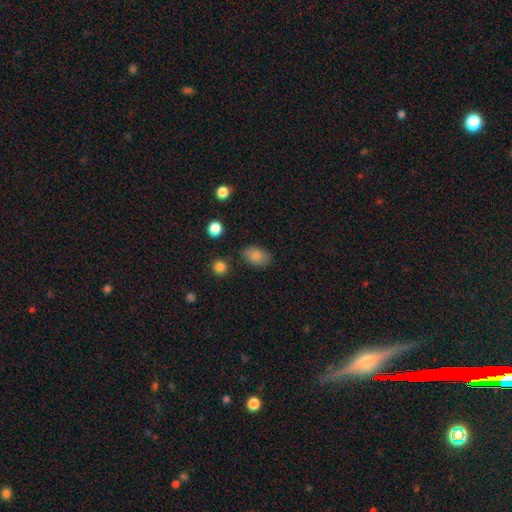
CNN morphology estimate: smooth 85%, star or artifact 9%, featured or disk 6%. Down the decision tree: how rounded — in between (85%); merging — none (78%).